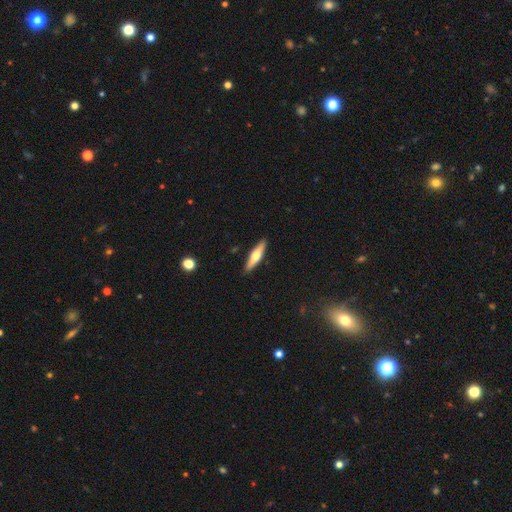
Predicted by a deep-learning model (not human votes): This is possibly a smooth galaxy (47%, tied with featured or disk). Merging: clearly none (89%).